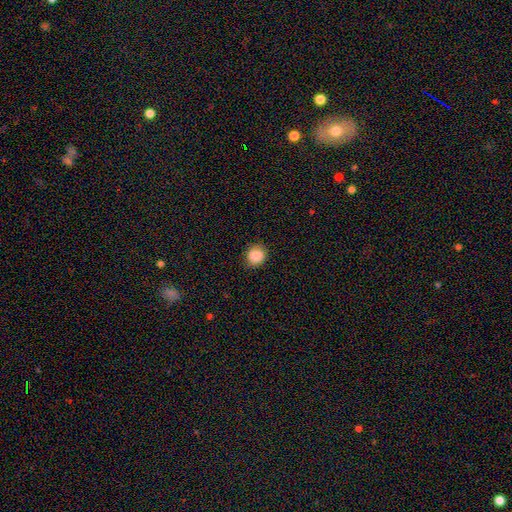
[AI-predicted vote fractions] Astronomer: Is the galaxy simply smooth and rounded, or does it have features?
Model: smooth — 88%.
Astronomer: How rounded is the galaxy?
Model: round — 87%.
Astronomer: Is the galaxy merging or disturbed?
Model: none — 87%.